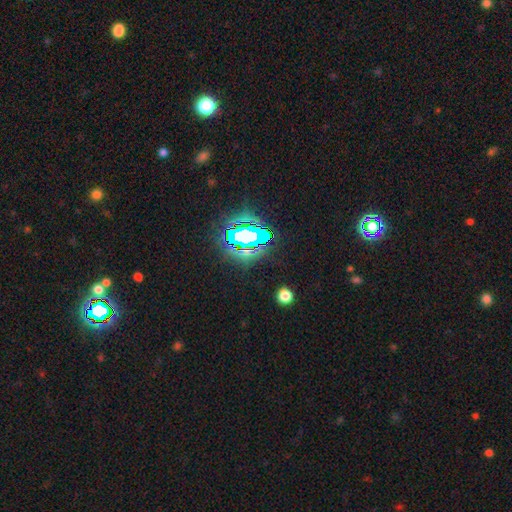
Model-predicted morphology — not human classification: Smooth or featured?
  - star or artifact: 82% *
  - smooth: 11%
  - featured or disk: 7%